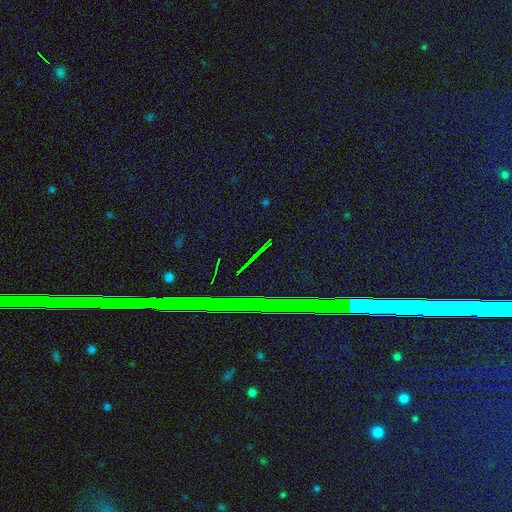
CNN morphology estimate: The model was most divided on "smooth or featured": star or artifact: 83%, smooth: 8%, featured or disk: 8%.